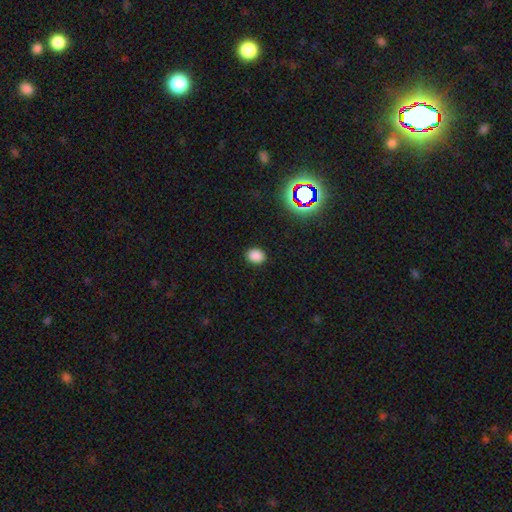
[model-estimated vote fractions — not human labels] Overall: smooth (83%). How rounded: in between (55%; round 44%). Merging: none (89%).